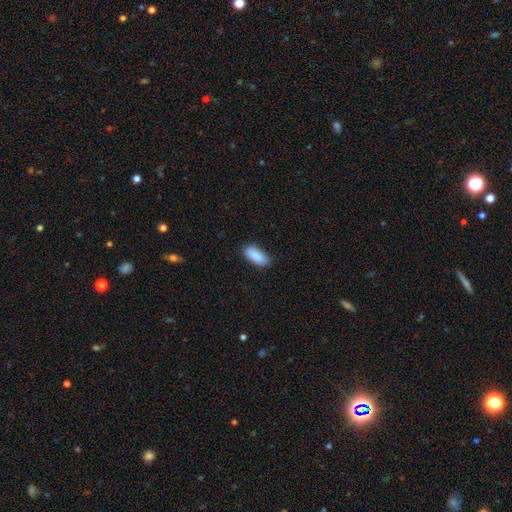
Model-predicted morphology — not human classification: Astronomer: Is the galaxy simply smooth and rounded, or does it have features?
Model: smooth — 90%.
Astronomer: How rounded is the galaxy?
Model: in between — 85%.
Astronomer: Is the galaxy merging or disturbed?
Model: none — 84%.